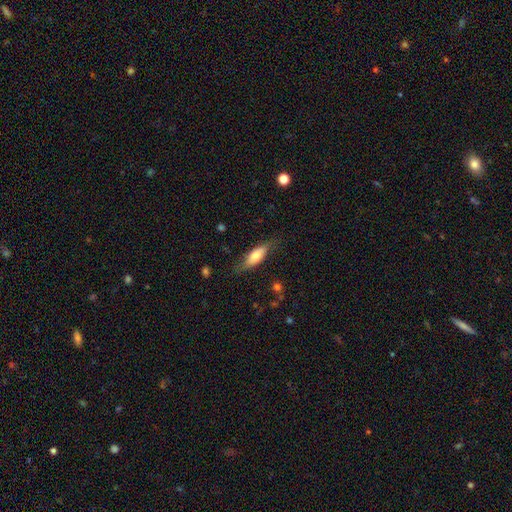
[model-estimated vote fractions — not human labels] Overall: smooth (67%; featured or disk 27%). How rounded: in between (62%; cigar-shaped 35%). Merging: none (74%).